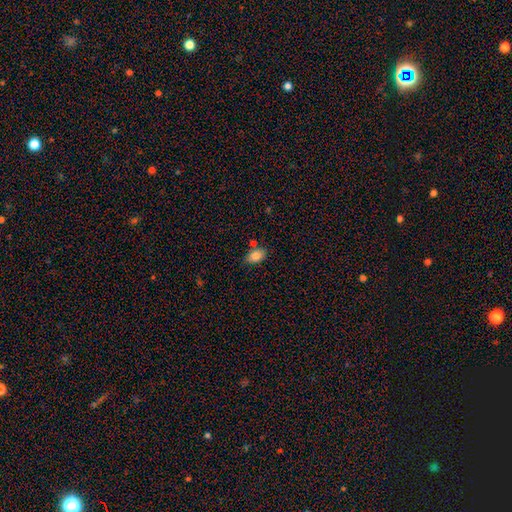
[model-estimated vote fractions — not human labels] Smooth or featured: smooth — 83% (star or artifact — 8%)
How rounded: in between — 87% (round — 11%)
Merging: none — 72% (minor disturbance — 15%)